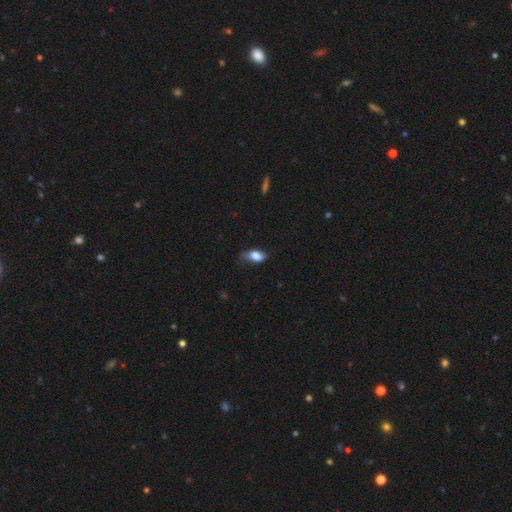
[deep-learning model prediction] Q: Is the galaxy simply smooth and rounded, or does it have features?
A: smooth — 81%.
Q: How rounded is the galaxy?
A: in between — 88%.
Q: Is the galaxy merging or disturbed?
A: none — 46%.